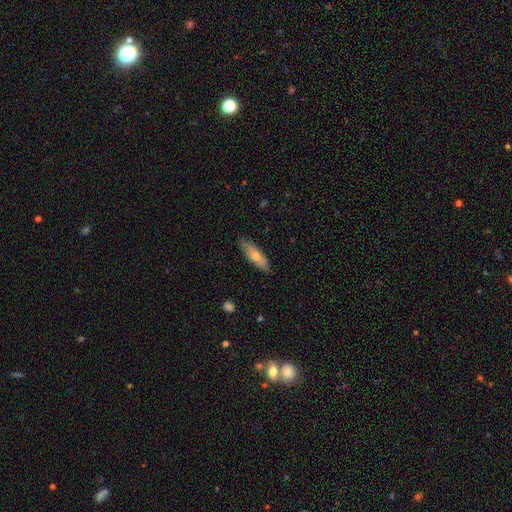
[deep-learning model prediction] smooth 58%, featured or disk 35%, star or artifact 6%. Down the decision tree: how rounded — cigar-shaped (61%); merging — none (87%).